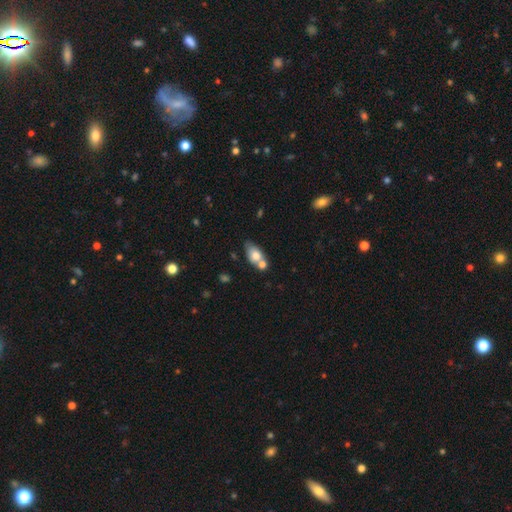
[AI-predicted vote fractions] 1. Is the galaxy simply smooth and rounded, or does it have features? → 72% smooth, 20% featured or disk, 8% star or artifact.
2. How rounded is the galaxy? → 81% in between, 16% round, 4% cigar-shaped.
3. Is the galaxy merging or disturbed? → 44% merger, 37% none, 13% minor disturbance, 5% major disturbance.